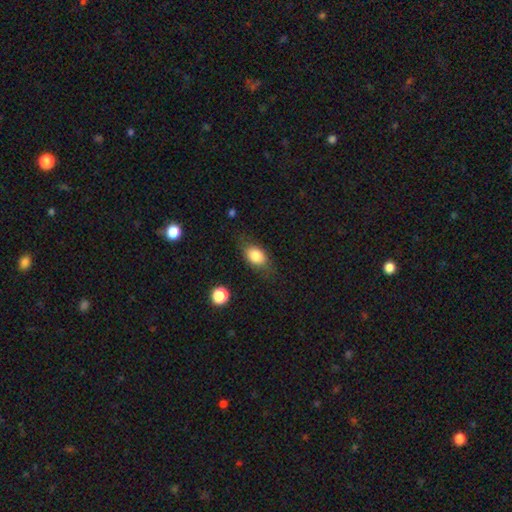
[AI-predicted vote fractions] The model was most divided on "merging": none: 70%, minor disturbance: 20%, major disturbance: 8%, merger: 2%. More confident: smooth or featured — smooth (81%); how rounded — in between (77%).